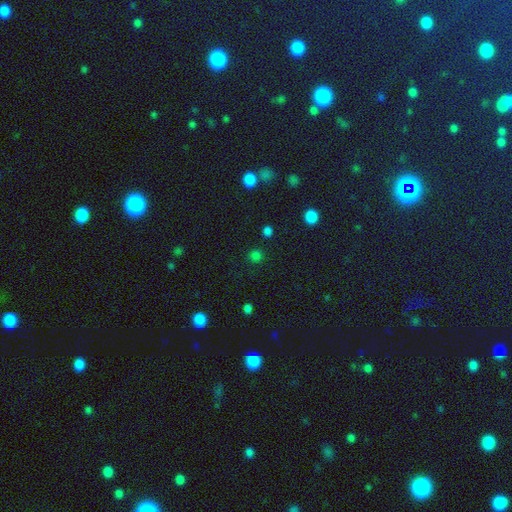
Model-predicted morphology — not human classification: Smooth or featured? Predicted: smooth (p=0.74). How rounded? Predicted: round (p=0.91). Merging? Predicted: none (p=0.87).